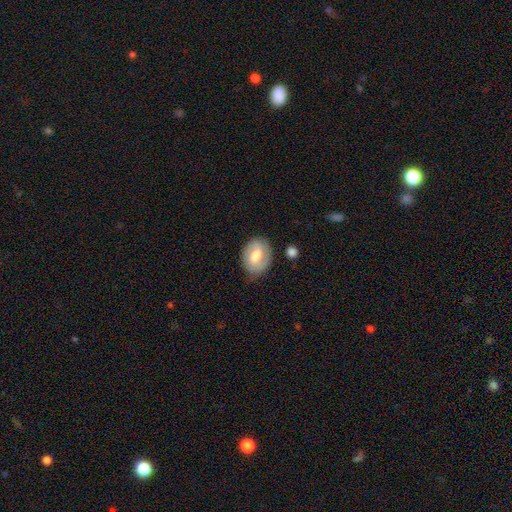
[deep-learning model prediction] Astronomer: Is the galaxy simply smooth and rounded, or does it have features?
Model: smooth — 48% (runner-up: featured or disk, 45%).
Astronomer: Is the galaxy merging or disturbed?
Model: none — 72%.